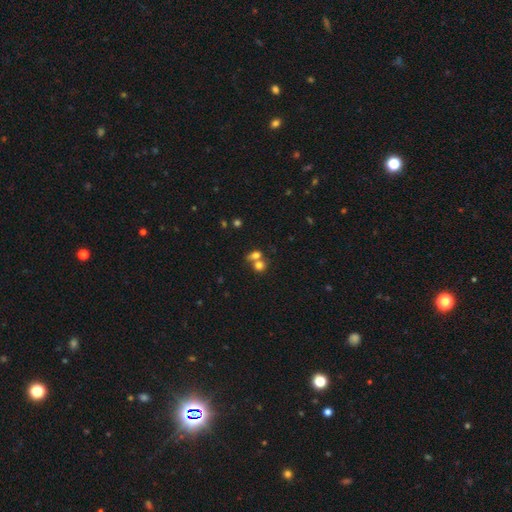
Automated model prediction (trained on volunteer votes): Q: Smooth or featured?
A: smooth (74%); runner-up: featured or disk (14%)
Q: How rounded?
A: round (52%); runner-up: in between (45%)
Q: Merging?
A: merger (56%); runner-up: none (32%)